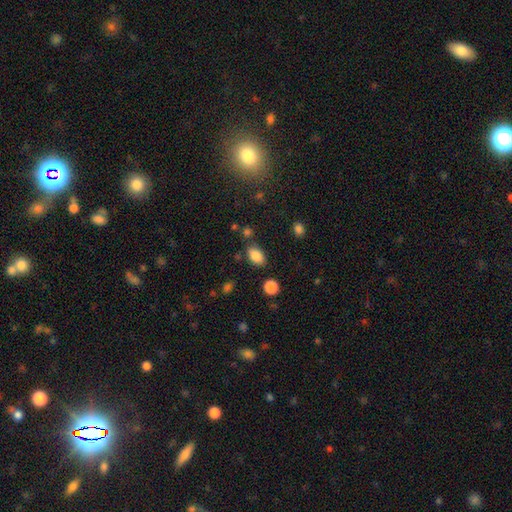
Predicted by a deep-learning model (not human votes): Smooth or featured?
  - smooth: 86% *
  - star or artifact: 9%
  - featured or disk: 5%
How rounded?
  - in between: 89% *
  - round: 9%
  - cigar-shaped: 2%
Merging?
  - none: 77% *
  - minor disturbance: 14%
  - merger: 5%
  - major disturbance: 4%